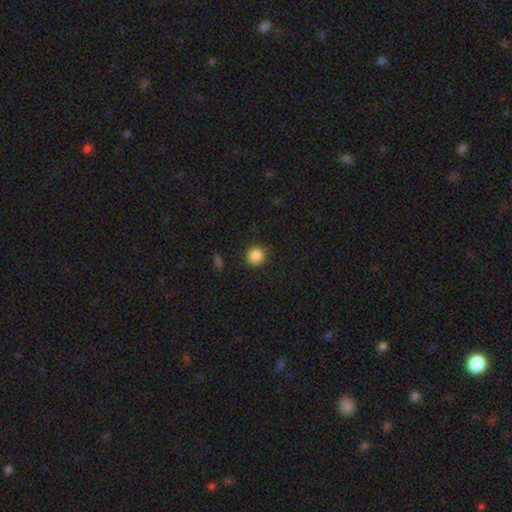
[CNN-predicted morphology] Smooth or featured? smooth (87%)
How rounded? round (91%)
Merging? none (89%)